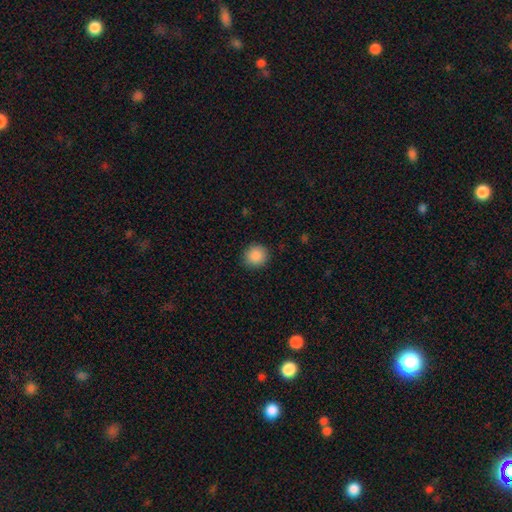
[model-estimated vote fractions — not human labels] Smooth or featured? Predicted: smooth (p=0.88). How rounded? Predicted: round (p=0.89). Merging? Predicted: none (p=0.90).